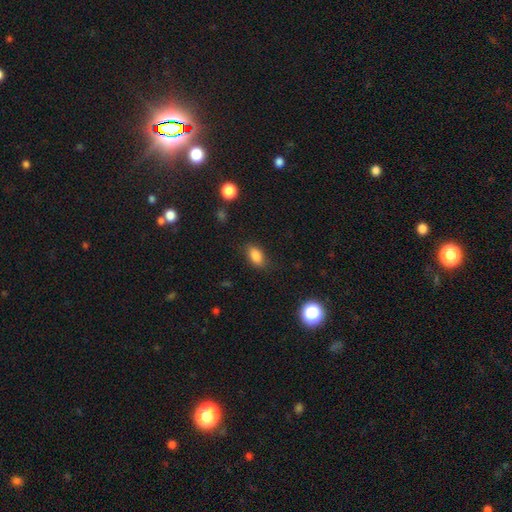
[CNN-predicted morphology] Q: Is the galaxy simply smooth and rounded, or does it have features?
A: smooth — 84%.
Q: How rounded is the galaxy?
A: in between — 87%.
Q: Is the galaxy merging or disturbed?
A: none — 81%.